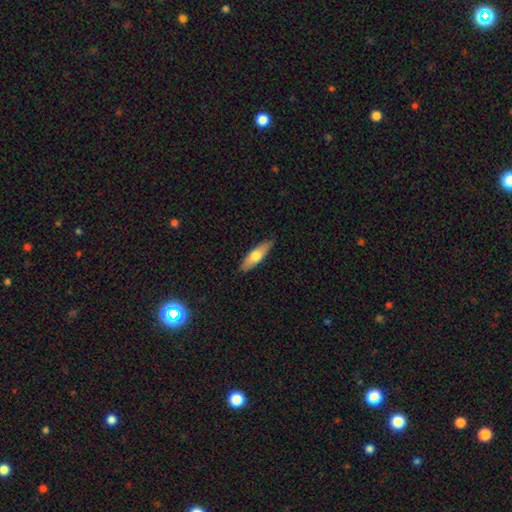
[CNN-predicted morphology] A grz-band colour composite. It shows a smooth galaxy with no disk features (62%) that is cigar-shaped (56%). Merging: none (88%).